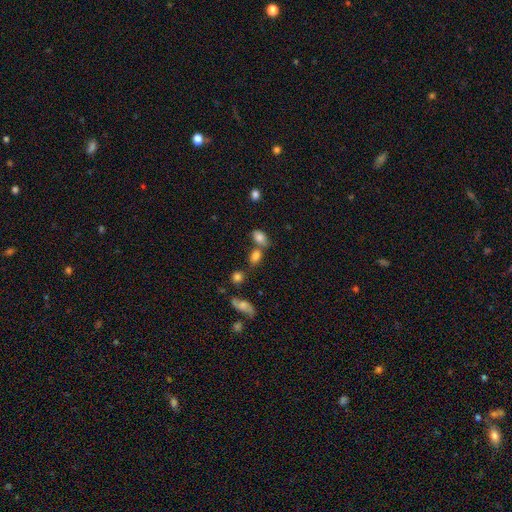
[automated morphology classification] A smooth galaxy with no disk features (79%) that is in between round and cigar-shaped (80%). Merging: none (49%).